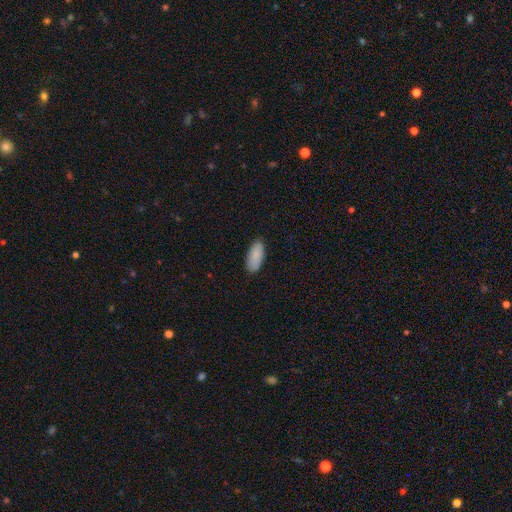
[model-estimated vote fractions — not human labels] A smooth galaxy with no disk features (89%) that is in between round and cigar-shaped (89%).

Vote fractions:
- Smooth or featured? smooth: 89% / star or artifact: 6% / featured or disk: 5%
- How rounded? in between: 89% / cigar-shaped: 10% / round: 2%
- Merging? none: 87% / minor disturbance: 10% / major disturbance: 2% / merger: 1%